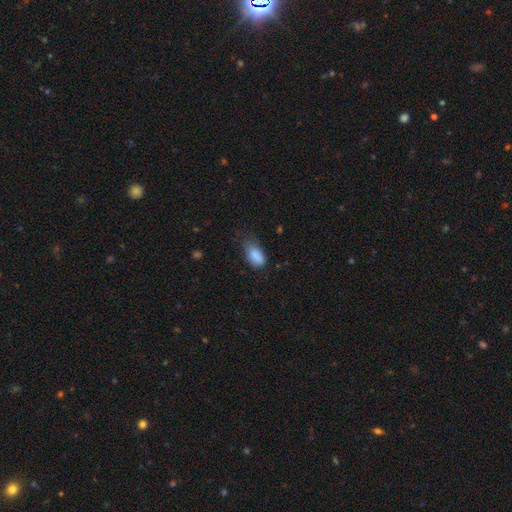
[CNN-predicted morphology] A smooth galaxy with no disk features (86%) that is in between round and cigar-shaped (92%). Merging: none (42%).